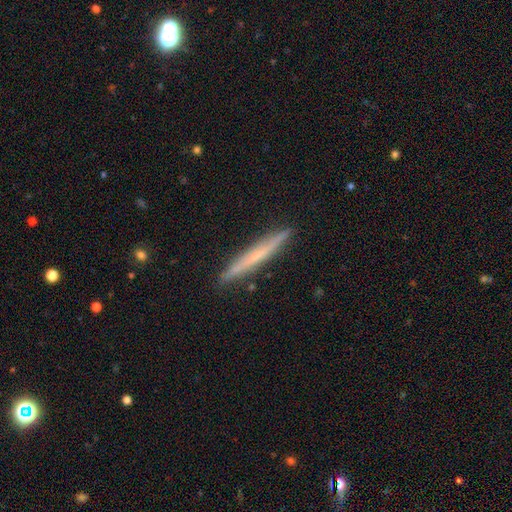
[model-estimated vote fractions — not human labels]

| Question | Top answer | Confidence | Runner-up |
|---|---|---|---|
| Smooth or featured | featured or disk | 49% | smooth (44%) |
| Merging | none | 90% | minor disturbance (7%) |